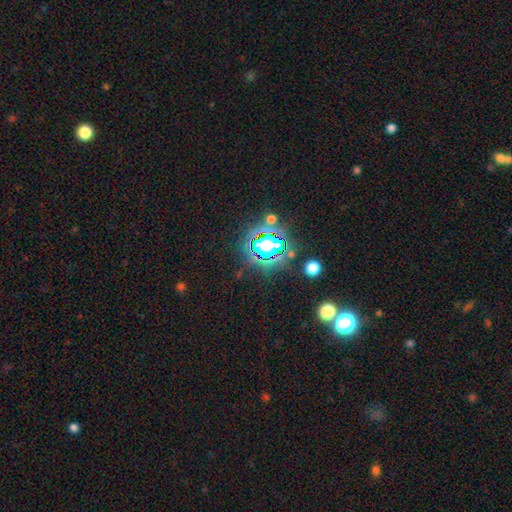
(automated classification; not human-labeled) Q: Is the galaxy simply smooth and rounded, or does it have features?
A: star or artifact — 69%.